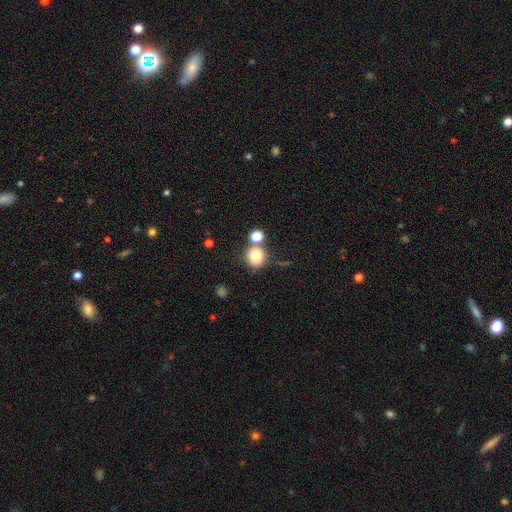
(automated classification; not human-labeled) Smooth or featured? Predicted: smooth (p=0.79). How rounded? Predicted: round (p=0.91). Merging? Predicted: none (p=0.68).